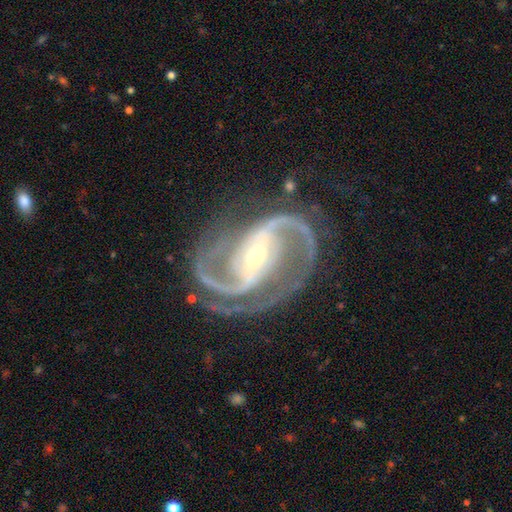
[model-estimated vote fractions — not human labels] Smooth or featured: featured or disk — 93% (star or artifact — 5%)
Edge-on disk: no — 98% (yes — 2%)
Bar: strong — 58% (weak — 30%)
Spiral arms: yes — 99% (no — 1%)
Spiral winding: medium — 61% (tight — 23%)
Spiral arm count: 2 — 88% (3 — 5%)
Bulge size: small — 65% (moderate — 31%)
Merging: none — 76% (minor disturbance — 14%)